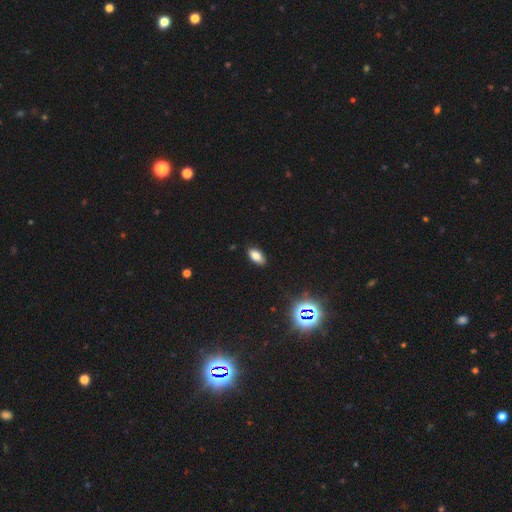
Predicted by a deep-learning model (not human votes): A smooth galaxy with no disk features (81%) that is in between round and cigar-shaped (92%).

Vote fractions:
- Smooth or featured? smooth: 81% / star or artifact: 11% / featured or disk: 8%
- How rounded? in between: 92% / cigar-shaped: 4% / round: 4%
- Merging? none: 86% / minor disturbance: 11% / major disturbance: 2% / merger: 1%